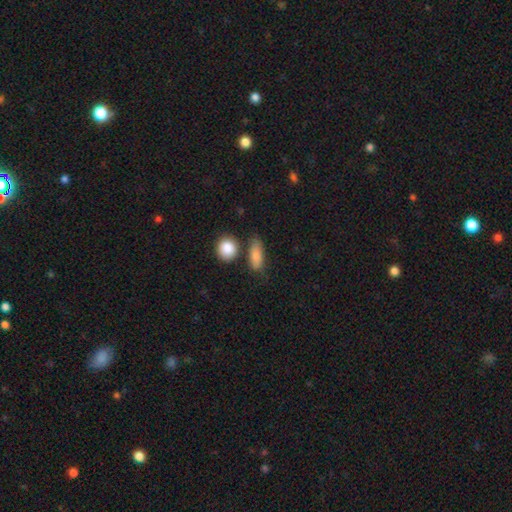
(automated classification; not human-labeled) smooth-or-featured: smooth: 82% | featured or disk: 10% | star or artifact: 8%
  how-rounded: in between: 64% | cigar-shaped: 23% | round: 13%
  merging: none: 64% | minor disturbance: 19% | merger: 12% | major disturbance: 6%